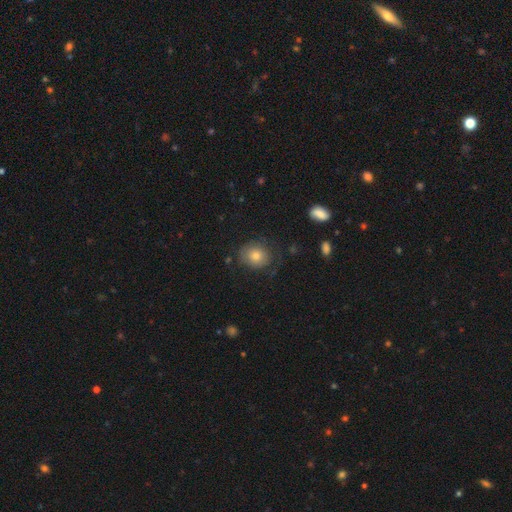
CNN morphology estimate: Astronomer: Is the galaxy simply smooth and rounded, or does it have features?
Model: smooth — 71%.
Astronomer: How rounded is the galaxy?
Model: round — 68%.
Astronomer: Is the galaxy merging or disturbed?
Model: none — 73%.